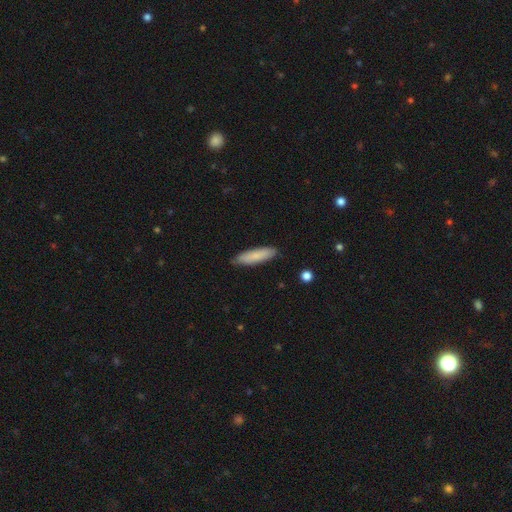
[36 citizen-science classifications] This is clearly a smooth galaxy (89%). How rounded: possibly in between (50%, tied with cigar-shaped). Merging: clearly none (91%).